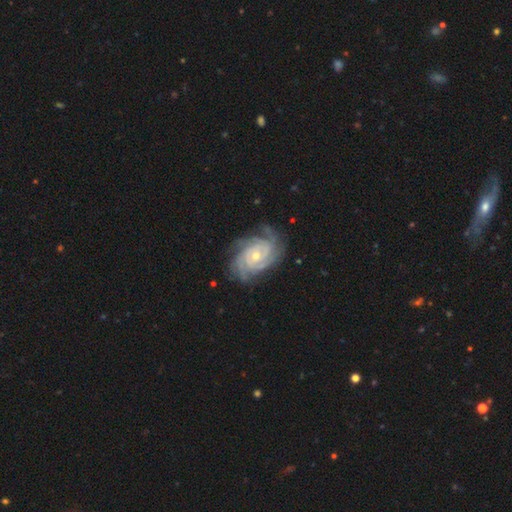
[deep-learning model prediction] A featured or disk galaxy (91%) with no bar (70%), 4 (30%) tight (74%) spiral arms (98%) and a small central bulge (58%).

Vote fractions:
- Smooth or featured? featured or disk: 91% / star or artifact: 5% / smooth: 5%
- Edge-on disk? no: 97% / yes: 3%
- Bar? no: 70% / weak: 24% / strong: 6%
- Spiral arms? yes: 98% / no: 2%
- Spiral winding? tight: 74% / medium: 22% / loose: 3%
- Spiral arm count? 4: 30% / 3: 25% / can't tell: 17% / 2: 12% / more than 4: 9% / 1: 6%
- Bulge size? small: 58% / moderate: 39% / large: 1% / none: 1% / dominant: 1%
- Merging? none: 75% / minor disturbance: 18% / major disturbance: 6% / merger: 1%